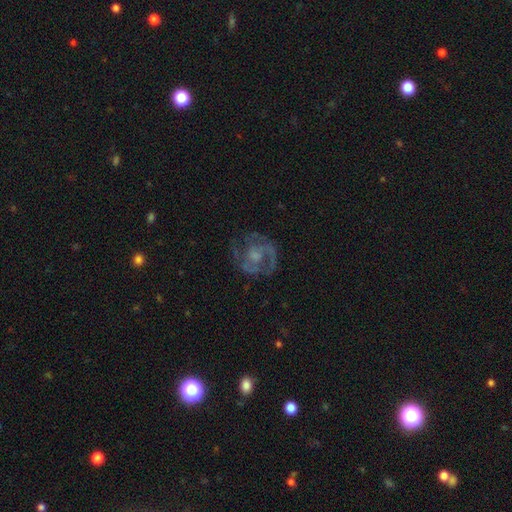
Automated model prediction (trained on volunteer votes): featured or disk 77%, smooth 14%, star or artifact 8%. Down the decision tree: edge-on disk — no (98%); bar — no (62%); spiral arms — yes (85%); spiral arm count — 2 (52%); spiral winding — medium (47%); bulge size — moderate (36%); merging — none (66%).